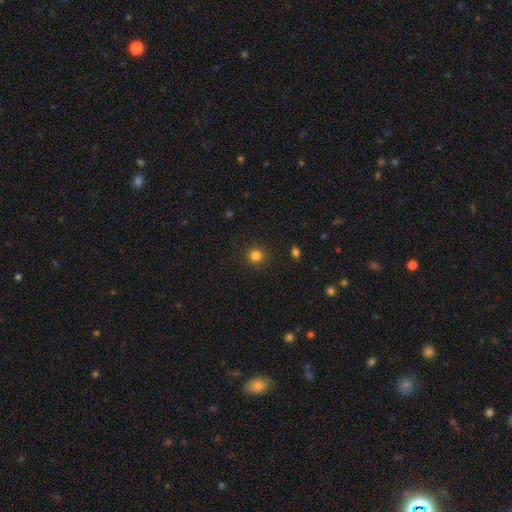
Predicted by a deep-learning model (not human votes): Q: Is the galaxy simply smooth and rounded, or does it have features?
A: smooth — 83%.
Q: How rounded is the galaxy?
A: round — 93%.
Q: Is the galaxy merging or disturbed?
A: none — 91%.